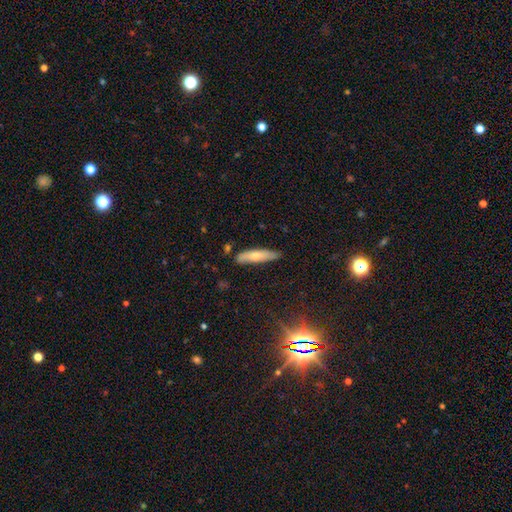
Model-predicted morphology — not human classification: A smooth galaxy with no disk features (68%) that is cigar-shaped (77%). Merging: none (78%).